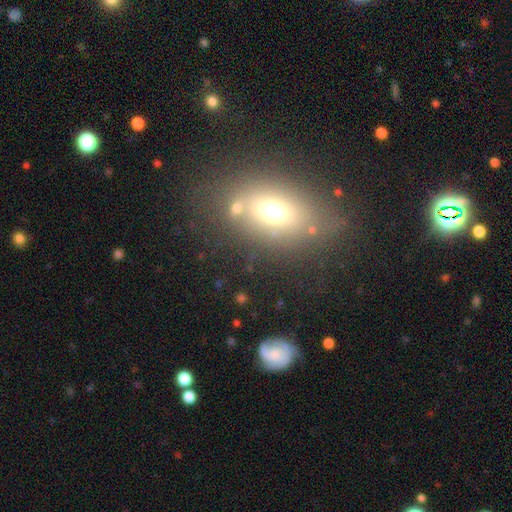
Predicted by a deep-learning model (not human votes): Morphology: type=smooth (54%); roundness=in between (74%); merging=none (71%).